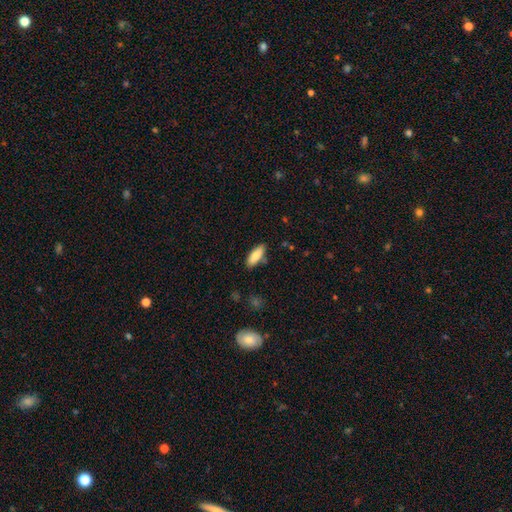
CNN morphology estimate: Q: Smooth or featured?
A: smooth (83%); runner-up: featured or disk (11%)
Q: How rounded?
A: in between (70%); runner-up: cigar-shaped (28%)
Q: Merging?
A: none (81%); runner-up: minor disturbance (13%)